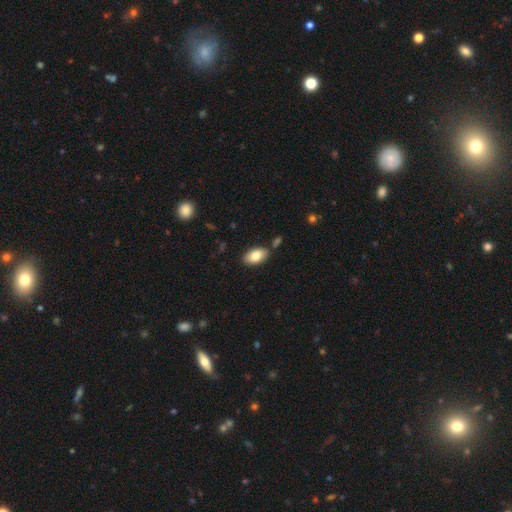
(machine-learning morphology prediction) smooth-or-featured: smooth: 82% | featured or disk: 11% | star or artifact: 7%
  how-rounded: in between: 94% | round: 4% | cigar-shaped: 2%
  merging: none: 81% | minor disturbance: 12% | merger: 5% | major disturbance: 2%